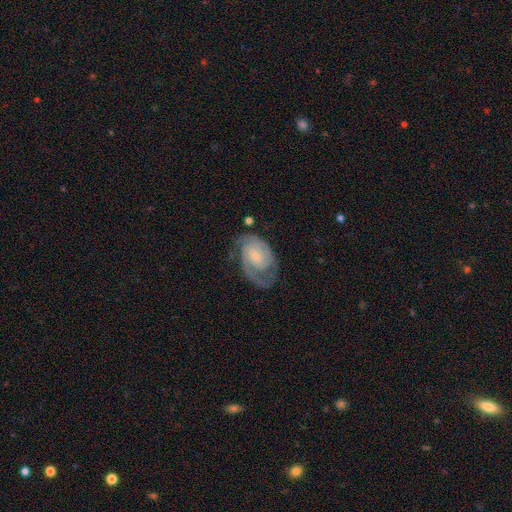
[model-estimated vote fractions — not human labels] smooth-or-featured: featured or disk: 84% | smooth: 11% | star or artifact: 5%
  disk-edge-on: no: 97% | yes: 3%
    bar: no: 62% | weak: 31% | strong: 7%
    has-spiral-arms: yes: 95% | no: 5%
      spiral-winding: tight: 54% | medium: 37% | loose: 9%
      spiral-arm-count: 2: 70% | can't tell: 13% | 1: 7% | 3: 6% | 4: 2% | more than 4: 2%
    bulge-size: small: 75% | moderate: 17% | none: 5% | large: 2% | dominant: 1%
  merging: none: 63% | minor disturbance: 21% | major disturbance: 14% | merger: 2%